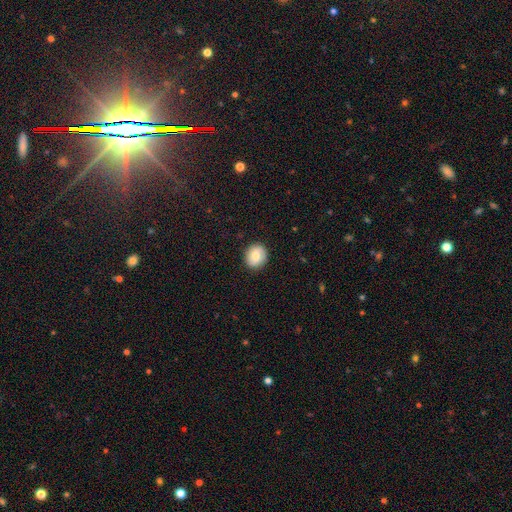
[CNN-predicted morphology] Smooth or featured: smooth — 75% (featured or disk — 17%)
How rounded: round — 76% (in between — 23%)
Merging: none — 87% (minor disturbance — 10%)